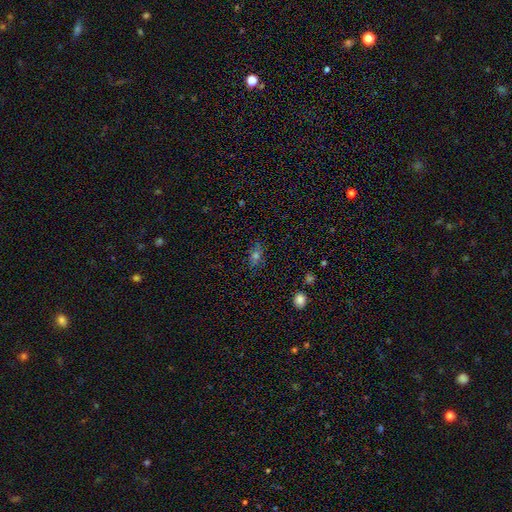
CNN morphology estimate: The model was most divided on "smooth or featured": smooth: 52%, star or artifact: 27%, featured or disk: 21%. More confident: merging — none (81%); how rounded — in between (70%).